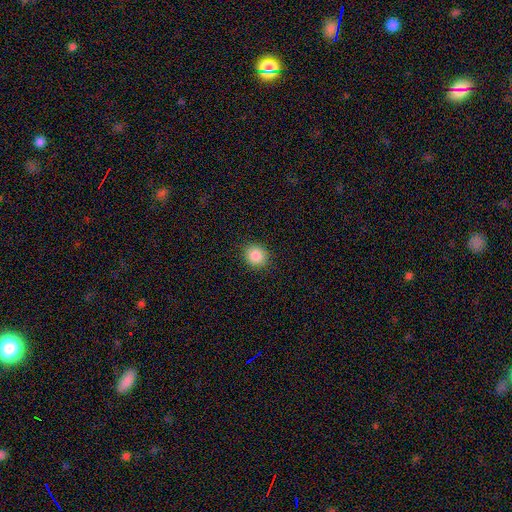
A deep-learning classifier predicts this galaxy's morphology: smooth_or_featured: smooth (p=0.87) [alt: star or artifact p=0.09]
how_rounded: round (p=0.84) [alt: in between p=0.15]
merging: none (p=0.90) [alt: minor disturbance p=0.07]